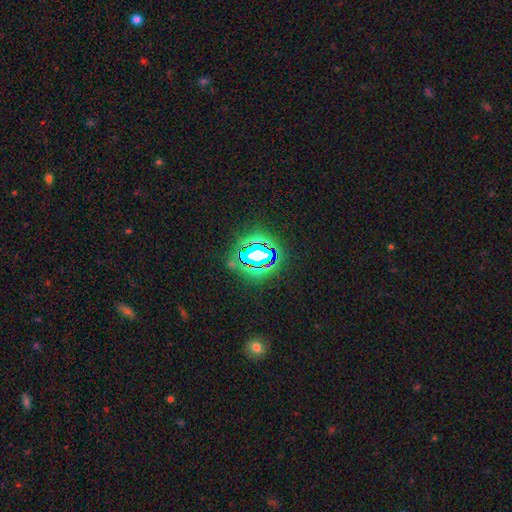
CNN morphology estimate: type=star or artifact (68%).